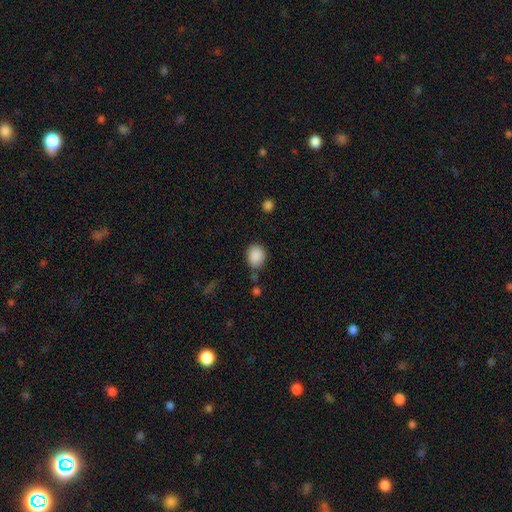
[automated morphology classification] Smooth or featured? smooth (89%)
How rounded? round (59%)
Merging? none (75%)